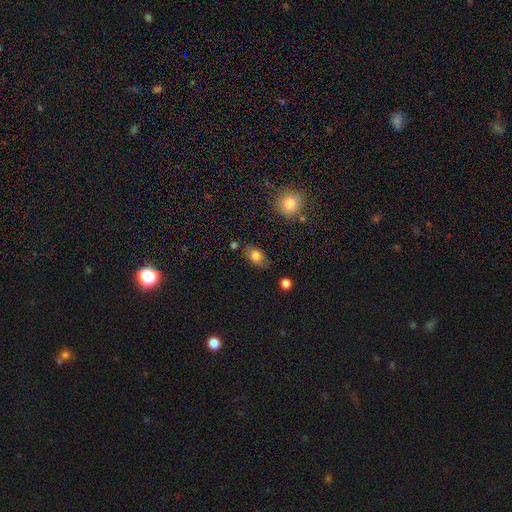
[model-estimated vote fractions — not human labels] A smooth galaxy with no disk features (77%) that is in between round and cigar-shaped (81%).

Vote fractions:
- Smooth or featured? smooth: 77% / featured or disk: 13% / star or artifact: 10%
- How rounded? in between: 81% / round: 16% / cigar-shaped: 3%
- Merging? none: 75% / minor disturbance: 18% / major disturbance: 4% / merger: 3%